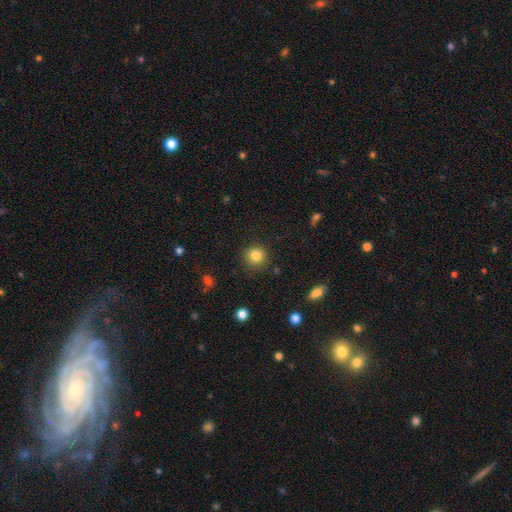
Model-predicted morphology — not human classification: Overall: smooth (83%). How rounded: round (92%). Merging: none (88%).